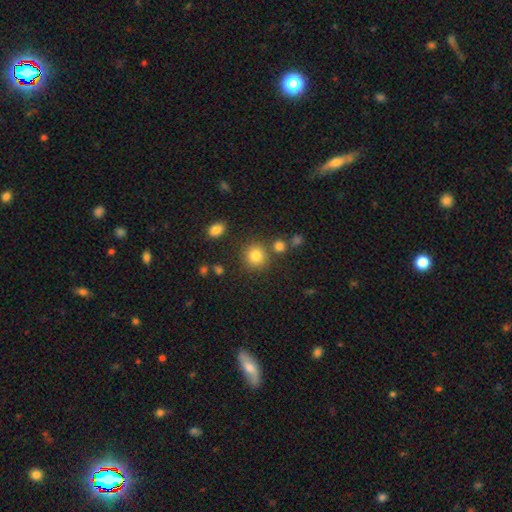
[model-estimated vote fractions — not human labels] Overall: smooth (82%). How rounded: round (89%). Merging: none (78%).